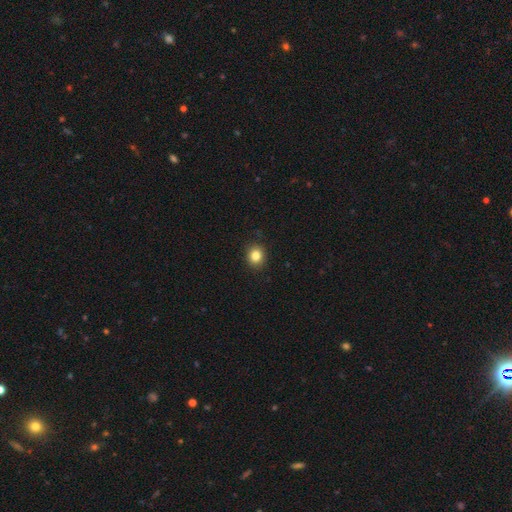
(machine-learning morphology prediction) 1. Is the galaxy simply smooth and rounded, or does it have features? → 84% smooth, 11% star or artifact, 5% featured or disk.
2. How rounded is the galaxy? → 79% round, 20% in between, 1% cigar-shaped.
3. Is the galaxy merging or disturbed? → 91% none, 7% minor disturbance, 2% major disturbance, 1% merger.